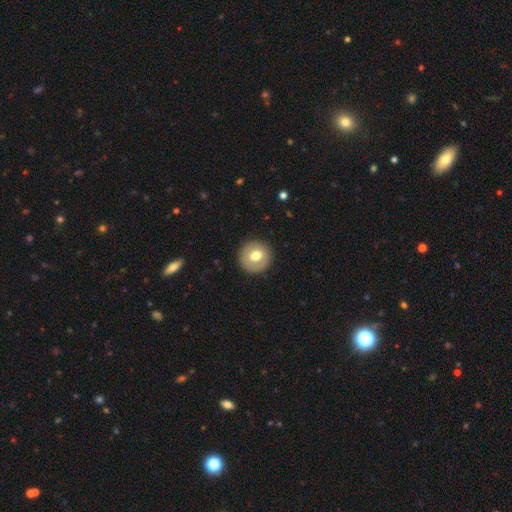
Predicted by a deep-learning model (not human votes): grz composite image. It shows a smooth galaxy with no disk features (70%) that is round (94%). Merging: none (90%).